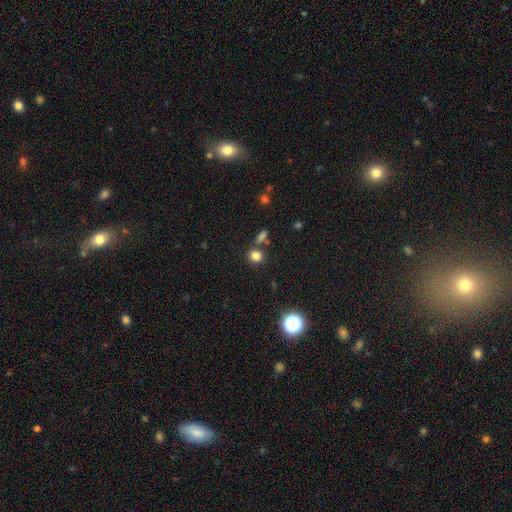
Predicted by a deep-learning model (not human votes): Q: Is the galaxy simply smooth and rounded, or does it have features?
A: smooth — 80%.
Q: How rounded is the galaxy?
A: round — 75%.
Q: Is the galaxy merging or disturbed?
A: none — 71%.